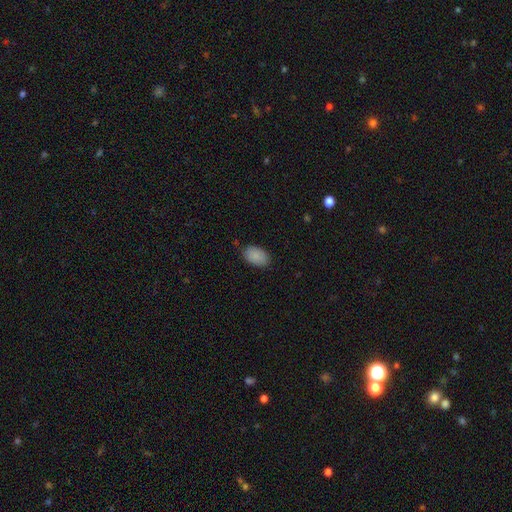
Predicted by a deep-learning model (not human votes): A smooth galaxy with no disk features (89%) that is in between round and cigar-shaped (91%). Merging: none (84%).